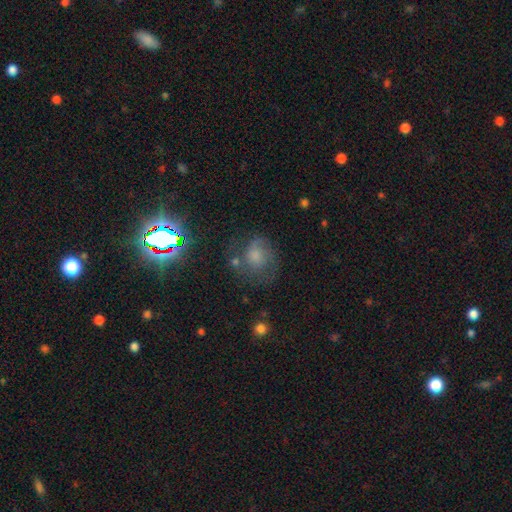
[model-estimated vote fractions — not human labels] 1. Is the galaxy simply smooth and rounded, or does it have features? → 44% smooth, 35% featured or disk, 21% star or artifact.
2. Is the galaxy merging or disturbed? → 53% none, 23% minor disturbance, 19% major disturbance, 5% merger.